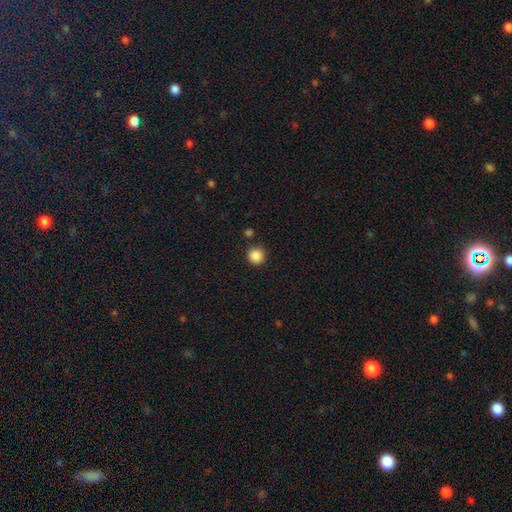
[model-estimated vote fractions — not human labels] A smooth galaxy with no disk features (87%) that is round (95%). Merging: none (87%).